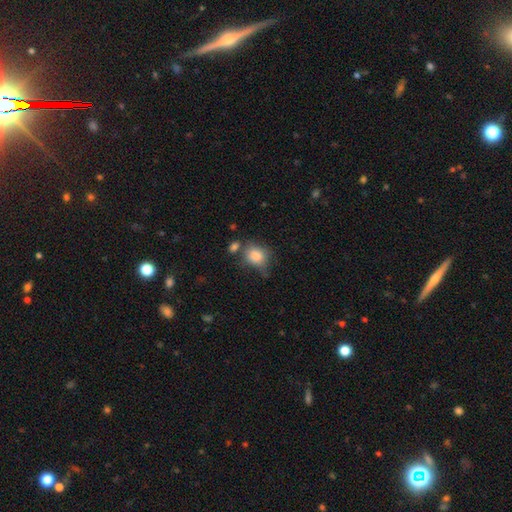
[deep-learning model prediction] Q: Smooth or featured?
A: smooth (83%); runner-up: star or artifact (9%)
Q: How rounded?
A: round (60%); runner-up: in between (39%)
Q: Merging?
A: none (52%); runner-up: minor disturbance (25%)